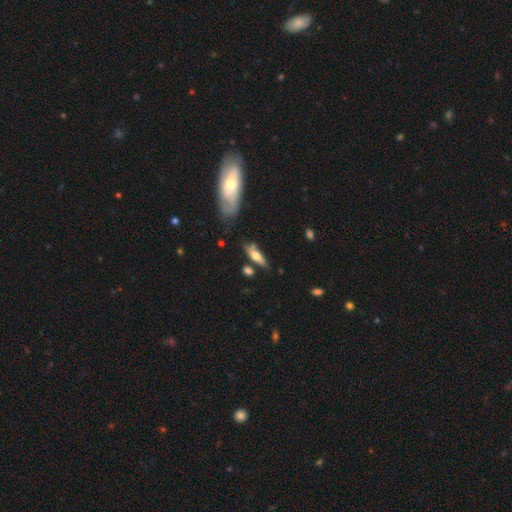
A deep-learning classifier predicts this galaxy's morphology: smooth-or-featured: smooth: 56% | featured or disk: 37% | star or artifact: 7%
  how-rounded: cigar-shaped: 52% | in between: 45% | round: 3%
  merging: none: 59% | minor disturbance: 22% | merger: 10% | major disturbance: 8%